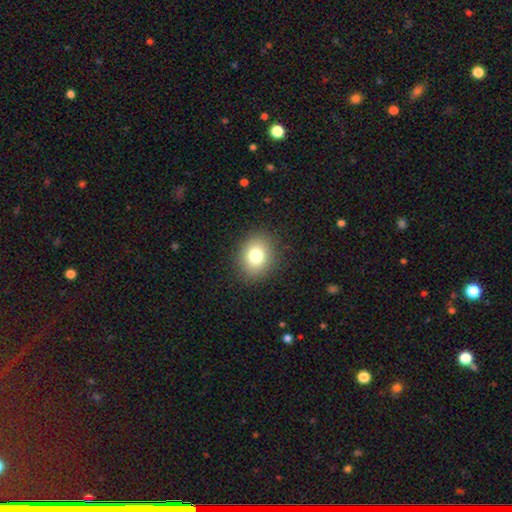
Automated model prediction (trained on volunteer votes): A smooth galaxy with no disk features (79%) that is round (58%). Merging: none (89%).